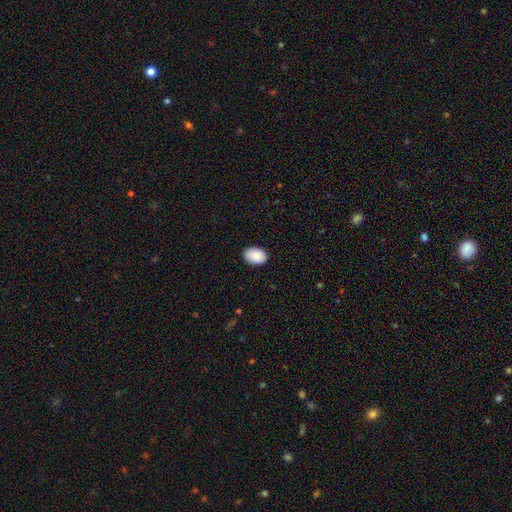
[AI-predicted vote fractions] This appears to be a smooth galaxy with no disk features (90%) that is in between round and cigar-shaped (85%). Merging: none (90%).